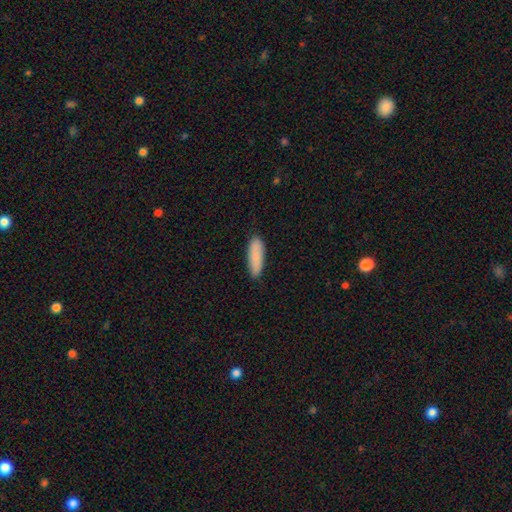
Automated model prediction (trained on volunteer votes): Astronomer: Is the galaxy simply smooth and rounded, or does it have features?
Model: smooth — 86%.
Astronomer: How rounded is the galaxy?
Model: cigar-shaped — 51% (runner-up: in between, 47%).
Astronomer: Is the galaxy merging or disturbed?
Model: none — 85%.